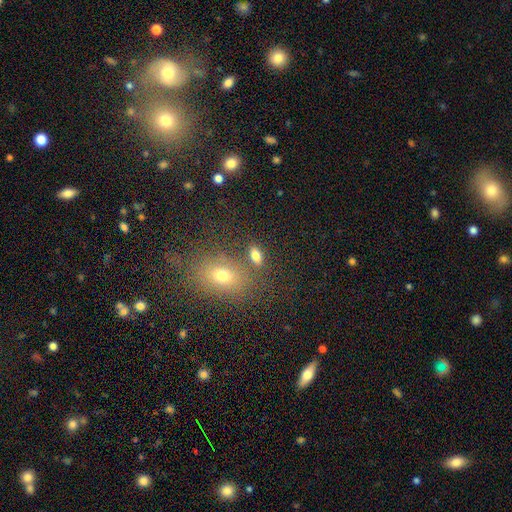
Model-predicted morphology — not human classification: The model was most divided on "merging": none: 73%, merger: 11%, minor disturbance: 11%, major disturbance: 5%. More confident: how rounded — in between (85%); smooth or featured — smooth (78%).